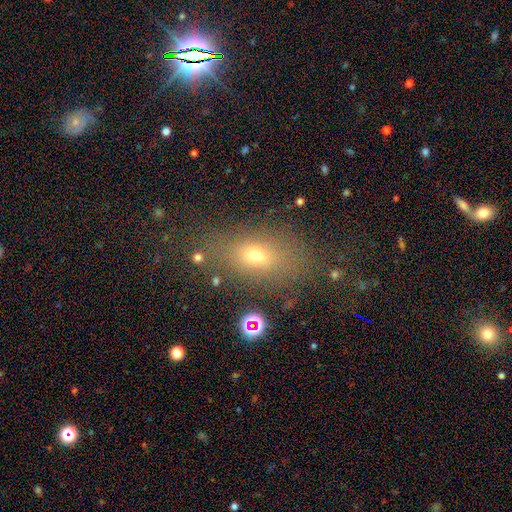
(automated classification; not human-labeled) Smooth or featured? smooth (64%)
How rounded? in between (75%)
Merging? none (70%)